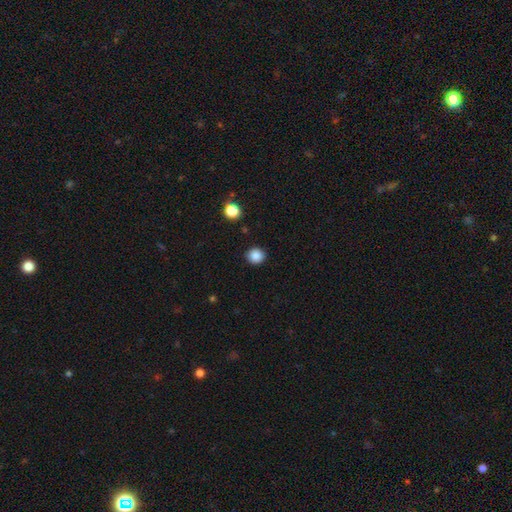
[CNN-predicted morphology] Q: Smooth or featured?
A: smooth (87%); runner-up: star or artifact (10%)
Q: How rounded?
A: round (90%); runner-up: in between (9%)
Q: Merging?
A: none (90%); runner-up: minor disturbance (7%)